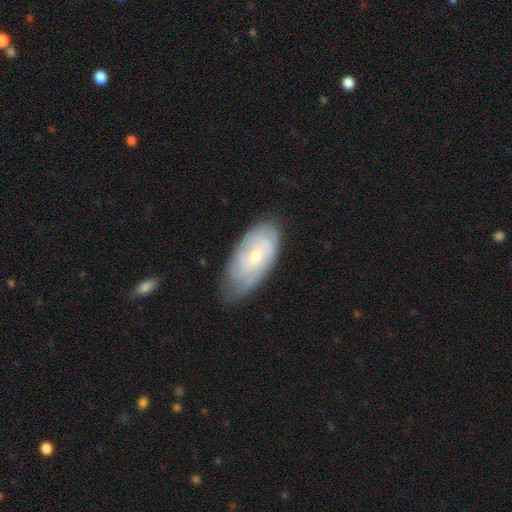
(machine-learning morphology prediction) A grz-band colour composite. It shows a featured or disk galaxy (72%) with no bar (62%), tight (69%) spiral arms (93%) and a small central bulge (57%). Merging: none (72%).